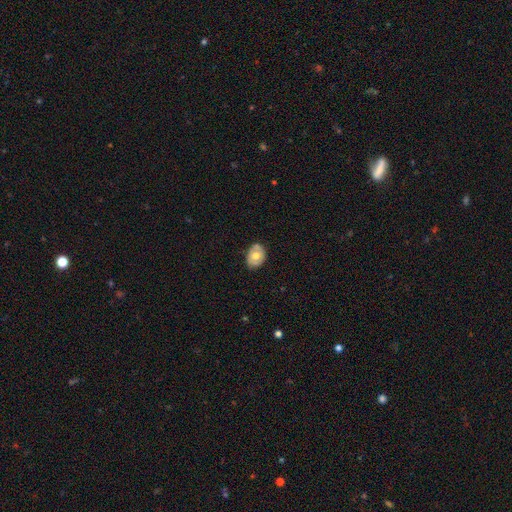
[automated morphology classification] Smooth or featured? Predicted: smooth (p=0.53). How rounded? Predicted: in between (p=0.65). Merging? Predicted: none (p=0.74).